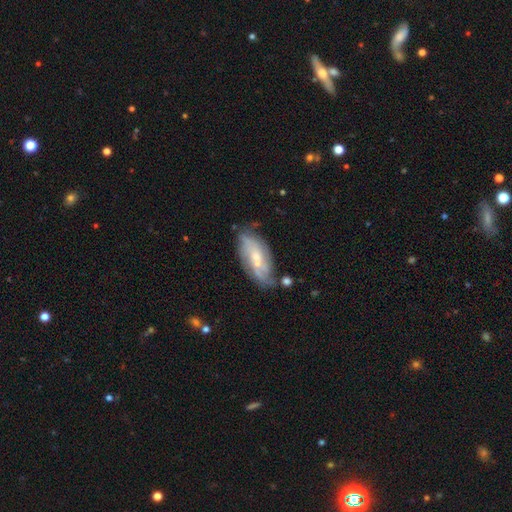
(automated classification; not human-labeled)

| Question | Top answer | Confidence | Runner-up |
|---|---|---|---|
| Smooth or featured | featured or disk | 64% | smooth (28%) |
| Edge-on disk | no | 87% | yes (13%) |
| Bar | no | 58% | weak (34%) |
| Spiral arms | yes | 78% | no (22%) |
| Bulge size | small | 58% | moderate (36%) |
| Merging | none | 66% | minor disturbance (22%) |